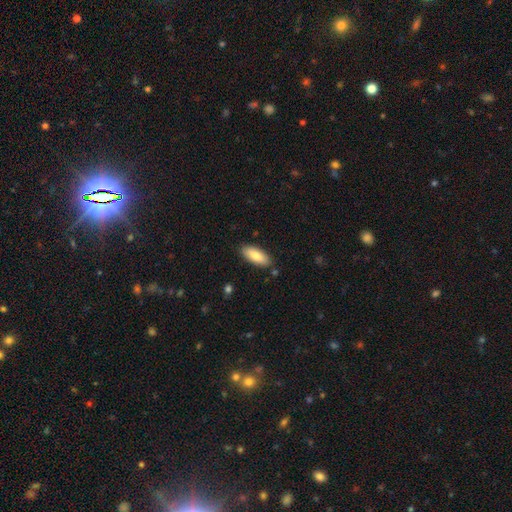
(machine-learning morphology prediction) smooth 82%, featured or disk 12%, star or artifact 6%. Down the decision tree: how rounded — in between (81%); merging — none (85%).